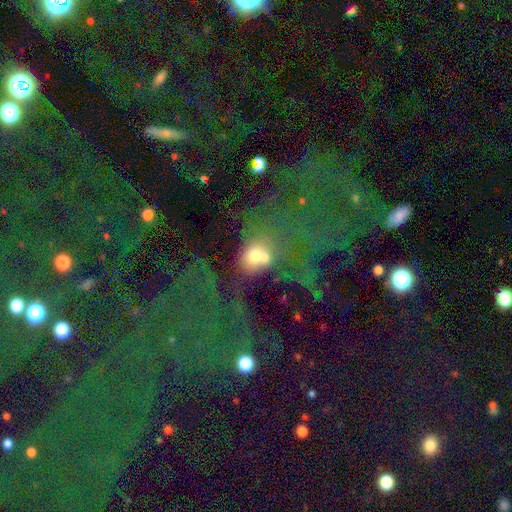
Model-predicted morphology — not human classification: This is possibly a smooth galaxy (48%). Merging: possibly merger (49%).